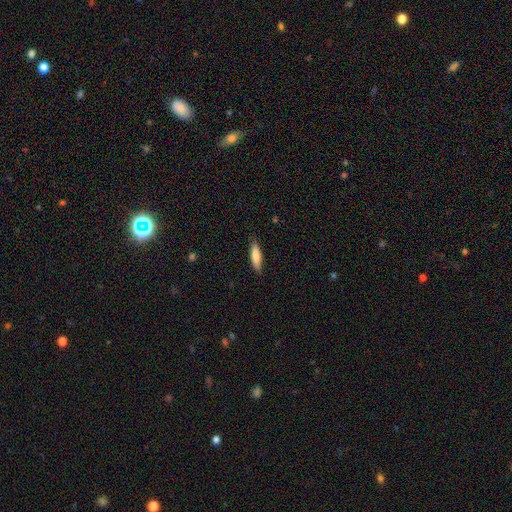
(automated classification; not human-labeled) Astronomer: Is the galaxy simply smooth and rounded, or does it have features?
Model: smooth — 80%.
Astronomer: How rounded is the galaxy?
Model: cigar-shaped — 70%.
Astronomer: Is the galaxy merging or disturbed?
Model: none — 84%.